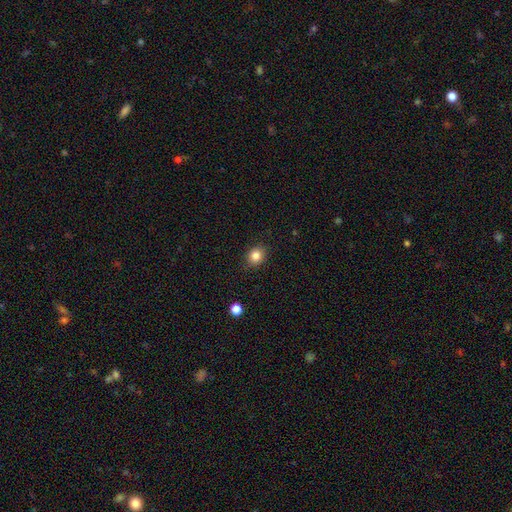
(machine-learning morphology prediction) Overall: smooth (84%). How rounded: round (69%; in between 30%). Merging: none (87%).